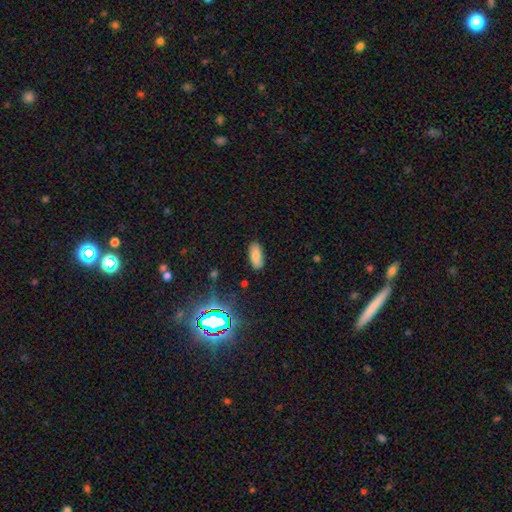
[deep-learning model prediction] A smooth galaxy with no disk features (78%) that is in between round and cigar-shaped (86%).

Vote fractions:
- Smooth or featured? smooth: 78% / star or artifact: 12% / featured or disk: 9%
- How rounded? in between: 86% / cigar-shaped: 11% / round: 3%
- Merging? none: 84% / minor disturbance: 12% / major disturbance: 3% / merger: 2%